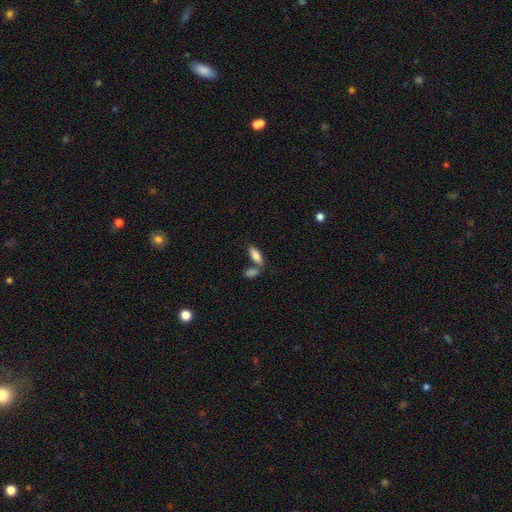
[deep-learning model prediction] Q: Smooth or featured?
A: smooth (83%); runner-up: featured or disk (10%)
Q: How rounded?
A: in between (74%); runner-up: cigar-shaped (23%)
Q: Merging?
A: none (53%); runner-up: merger (33%)